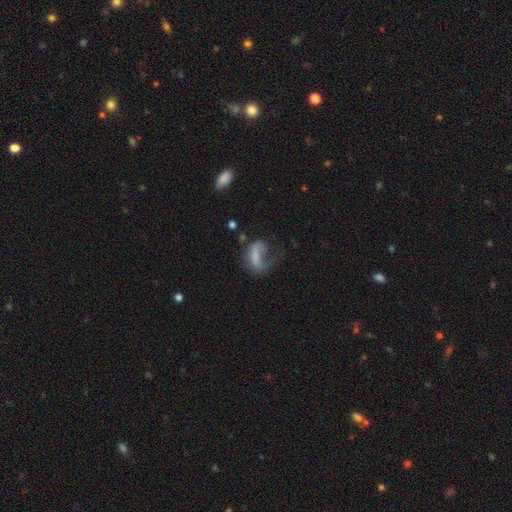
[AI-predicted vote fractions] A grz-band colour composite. It shows a smooth galaxy with no disk features (49%). Merging: major disturbance (55%).